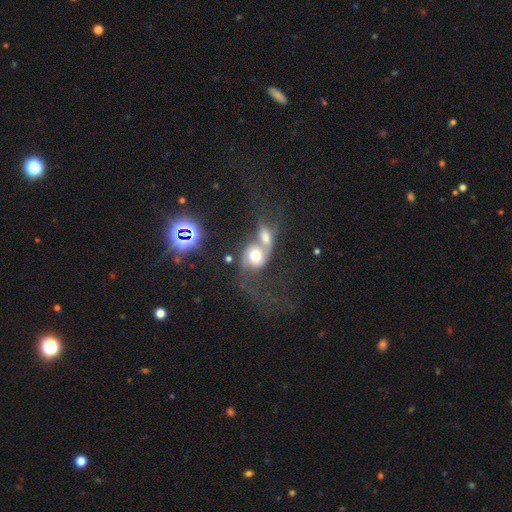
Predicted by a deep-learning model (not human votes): A smooth galaxy with no disk features (44%).

Vote fractions:
- Smooth or featured? smooth: 44% / featured or disk: 43% / star or artifact: 12%
- Merging? merger: 73% / none: 11% / major disturbance: 10% / minor disturbance: 5%